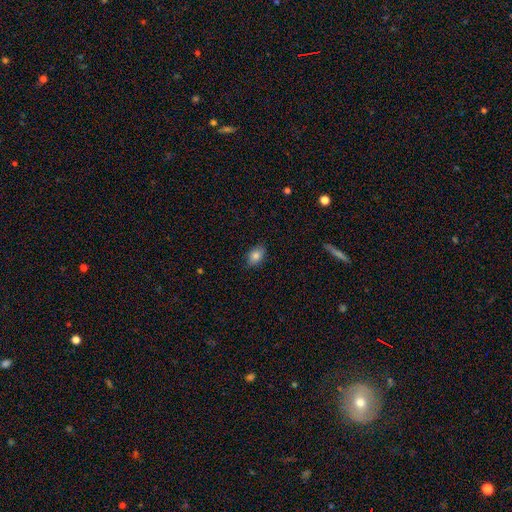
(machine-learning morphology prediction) A smooth galaxy with no disk features (83%) that is in between round and cigar-shaped (83%). Merging: none (85%).